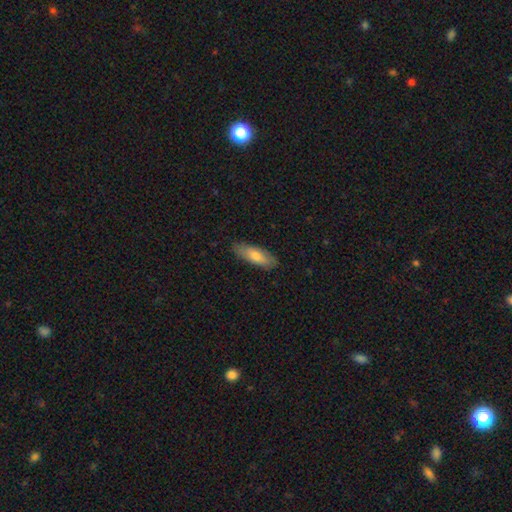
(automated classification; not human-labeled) Overall: smooth (74%). How rounded: in between (57%; cigar-shaped 42%). Merging: none (85%).